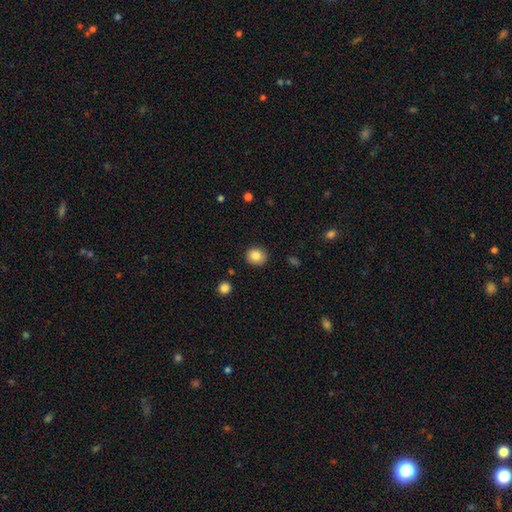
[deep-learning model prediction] The model was most divided on "how rounded": round: 78%, in between: 22%, cigar-shaped: 1%. More confident: merging — none (88%); smooth or featured — smooth (84%).